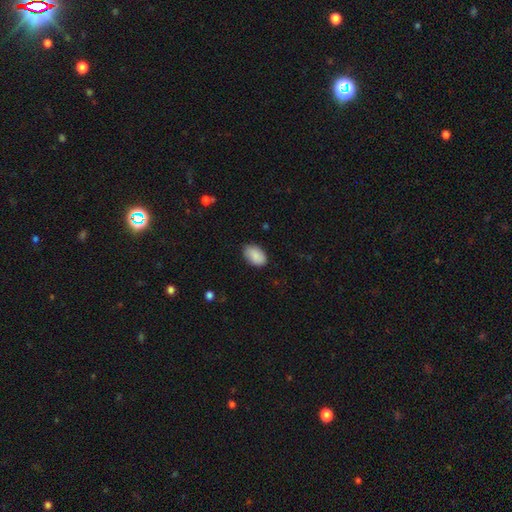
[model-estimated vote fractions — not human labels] This is clearly a smooth galaxy (88%). How rounded: clearly in between (91%). Merging: clearly none (83%).